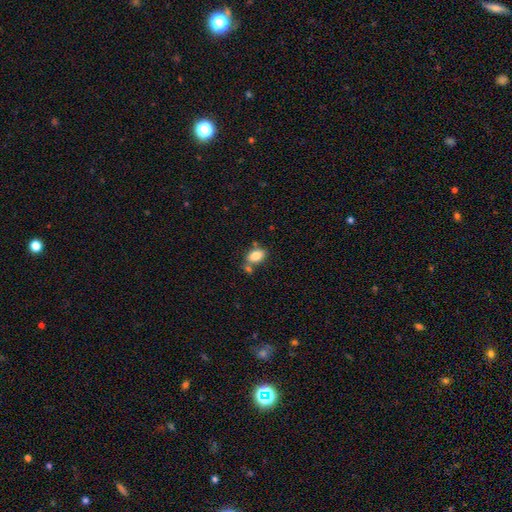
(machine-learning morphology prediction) A smooth galaxy with no disk features (83%) that is in between round and cigar-shaped (83%). Merging: none (58%).